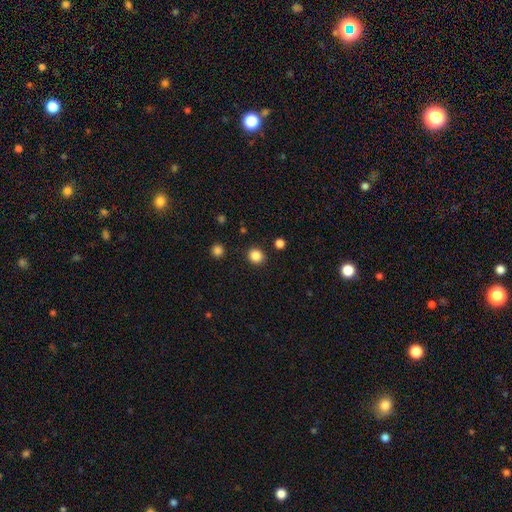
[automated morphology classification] This appears to be a smooth galaxy with no disk features (85%) that is round (83%). Merging: none (89%).